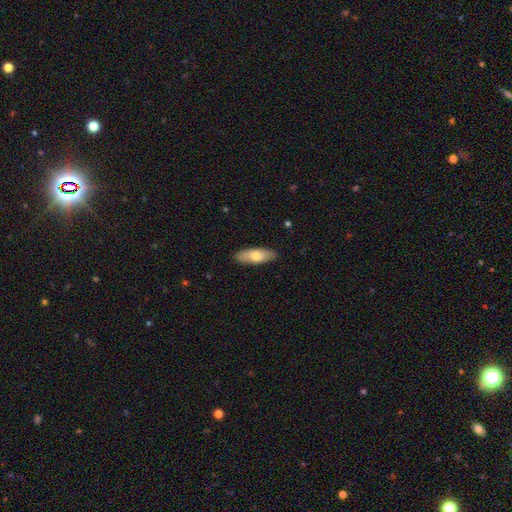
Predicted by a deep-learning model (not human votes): Morphology: type=smooth (72%); roundness=in between (66%); merging=none (87%).